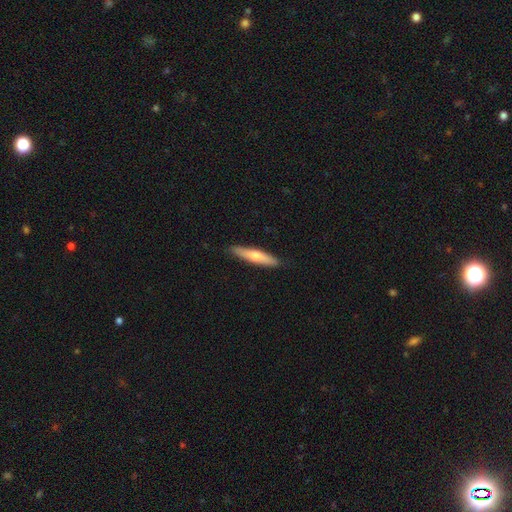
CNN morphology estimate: Smooth or featured?
  - smooth: 55% *
  - featured or disk: 39%
  - star or artifact: 5%
How rounded?
  - cigar-shaped: 87% *
  - in between: 11%
  - round: 1%
Merging?
  - none: 89% *
  - minor disturbance: 8%
  - major disturbance: 1%
  - merger: 1%